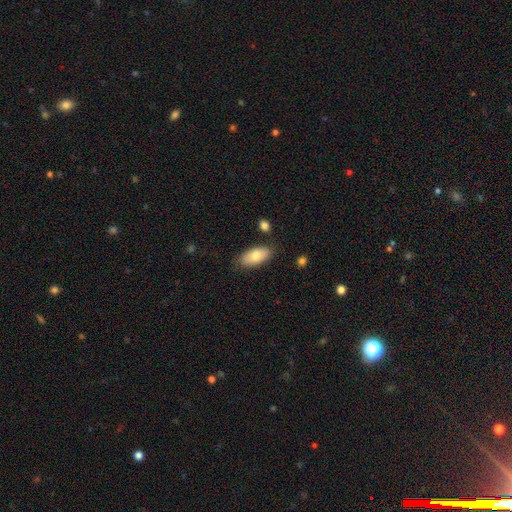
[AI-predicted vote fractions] Smooth or featured? Predicted: smooth (p=0.78). How rounded? Predicted: in between (p=0.91). Merging? Predicted: none (p=0.80).